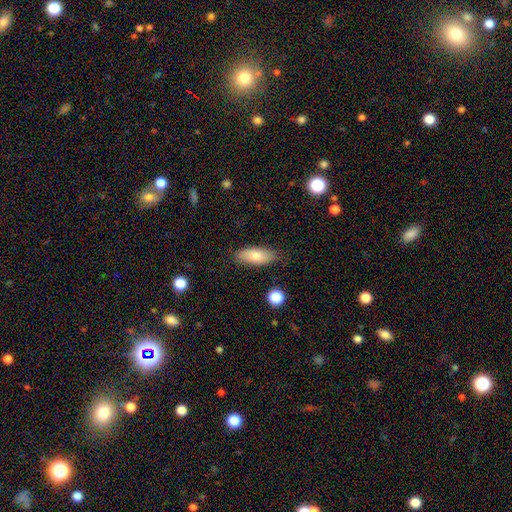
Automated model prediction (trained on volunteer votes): smooth 76%, featured or disk 17%, star or artifact 7%. Down the decision tree: how rounded — in between (76%); merging — none (81%).